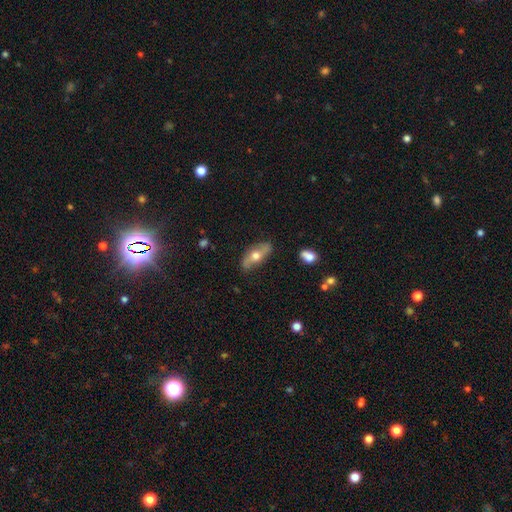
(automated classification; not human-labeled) Smooth or featured: featured or disk — 52% (smooth — 42%)
Edge-on disk: no — 67% (yes — 33%)
Merging: none — 80% (minor disturbance — 15%)